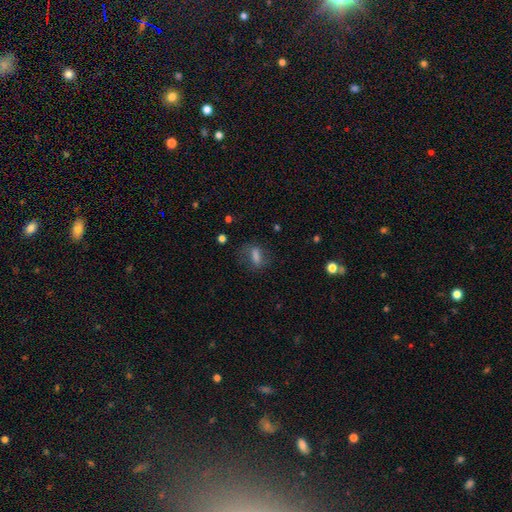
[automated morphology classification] Smooth or featured? smooth (71%)
How rounded? in between (64%)
Merging? none (61%)